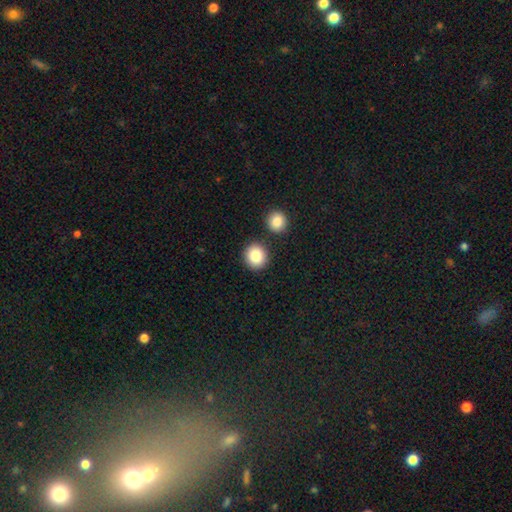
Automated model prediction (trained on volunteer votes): smooth_or_featured: smooth (p=0.86) [alt: star or artifact p=0.08]
how_rounded: round (p=0.87) [alt: in between p=0.12]
merging: none (p=0.82) [alt: merger p=0.09]